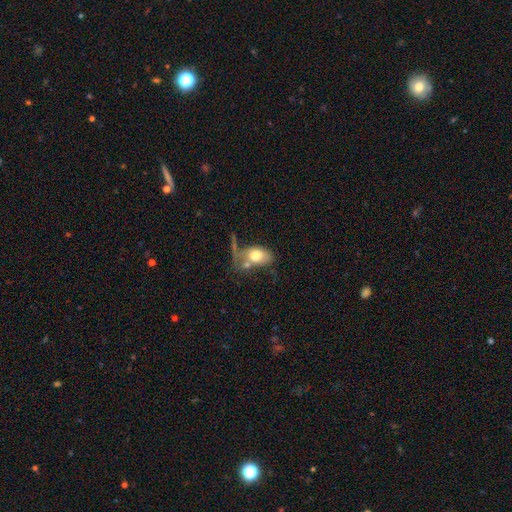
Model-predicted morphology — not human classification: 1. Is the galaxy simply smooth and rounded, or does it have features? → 68% smooth, 24% featured or disk, 7% star or artifact.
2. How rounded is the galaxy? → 86% in between, 12% round, 2% cigar-shaped.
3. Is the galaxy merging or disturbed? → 31% merger, 27% none, 24% major disturbance, 18% minor disturbance.